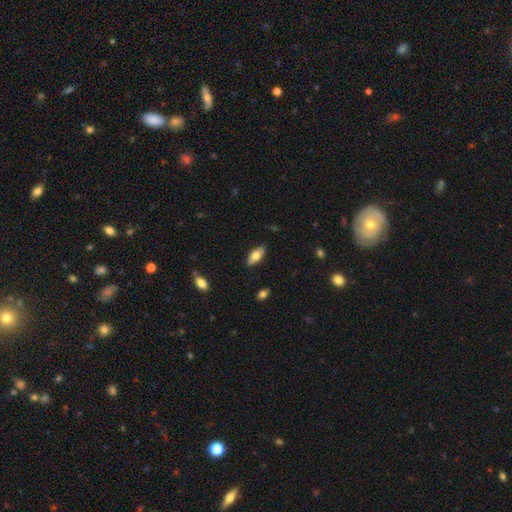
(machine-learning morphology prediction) A smooth galaxy with no disk features (68%) that is in between round and cigar-shaped (82%).

Vote fractions:
- Smooth or featured? smooth: 68% / featured or disk: 25% / star or artifact: 6%
- How rounded? in between: 82% / cigar-shaped: 16% / round: 2%
- Merging? none: 87% / minor disturbance: 10% / major disturbance: 2% / merger: 1%